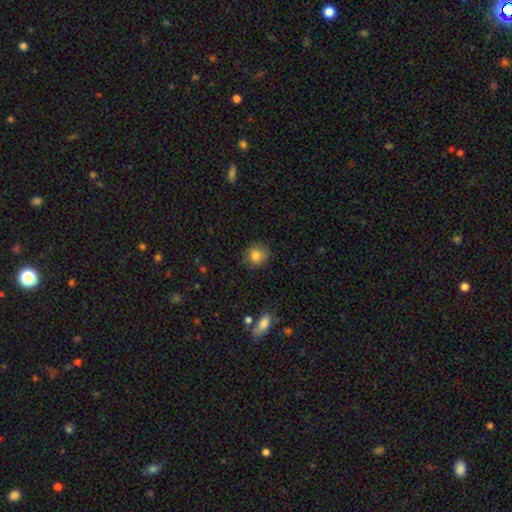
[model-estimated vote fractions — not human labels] smooth 82%, star or artifact 10%, featured or disk 8%. Down the decision tree: how rounded — round (83%); merging — none (83%).